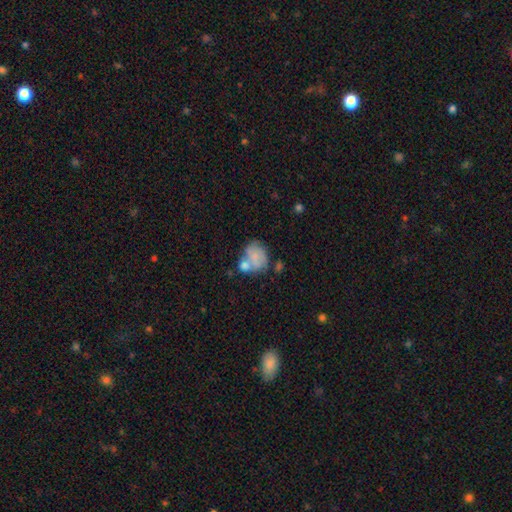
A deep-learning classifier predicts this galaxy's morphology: Smooth or featured?
  - smooth: 56% *
  - featured or disk: 35%
  - star or artifact: 9%
How rounded?
  - round: 53% *
  - in between: 46%
  - cigar-shaped: 1%
Merging?
  - merger: 33% * (tied)
  - none: 33% * (tied)
  - minor disturbance: 21%
  - major disturbance: 13%